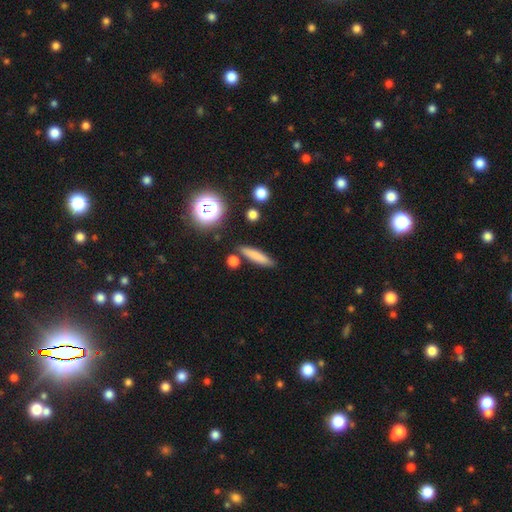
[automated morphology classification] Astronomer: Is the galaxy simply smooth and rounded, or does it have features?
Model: smooth — 74%.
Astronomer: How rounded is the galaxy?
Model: cigar-shaped — 82%.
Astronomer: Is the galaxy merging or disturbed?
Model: none — 82%.